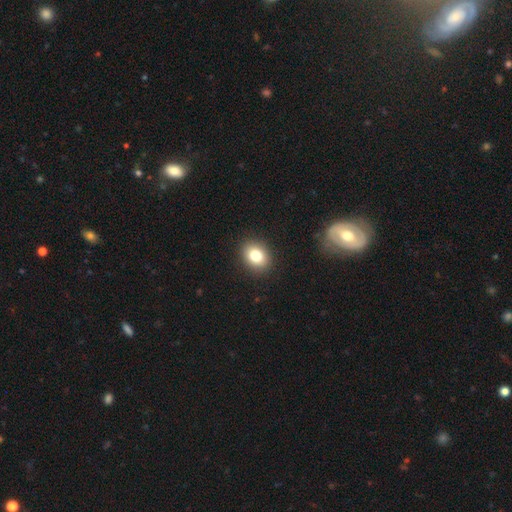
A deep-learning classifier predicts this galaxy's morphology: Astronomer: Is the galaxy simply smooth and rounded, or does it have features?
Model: smooth — 80%.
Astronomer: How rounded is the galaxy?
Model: in between — 52% (runner-up: round, 47%).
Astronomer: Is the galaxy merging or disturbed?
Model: none — 90%.